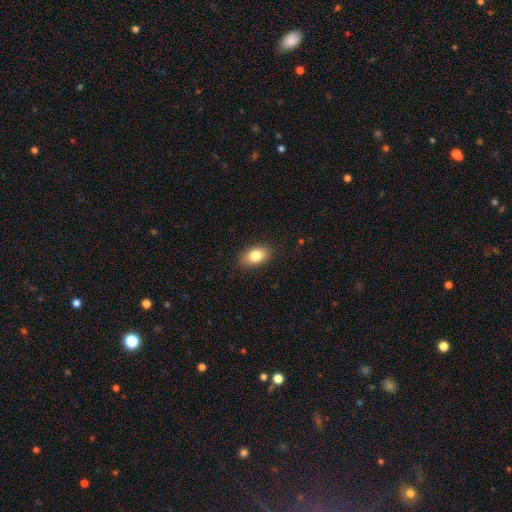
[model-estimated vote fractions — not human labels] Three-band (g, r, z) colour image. It shows a smooth galaxy with no disk features (82%) that is in between round and cigar-shaped (87%). Merging: none (88%).